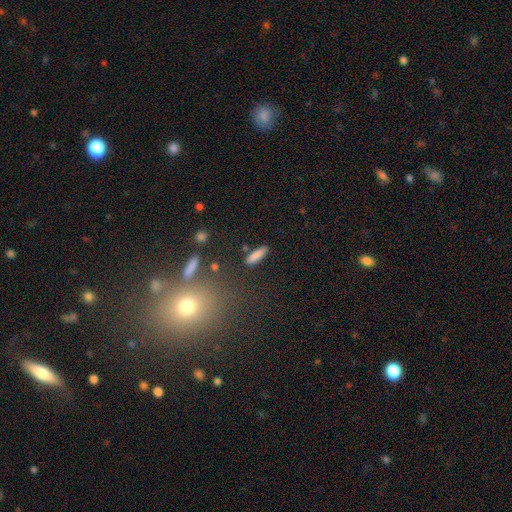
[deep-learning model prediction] Overall: smooth (84%). How rounded: cigar-shaped (71%). Merging: none (82%).